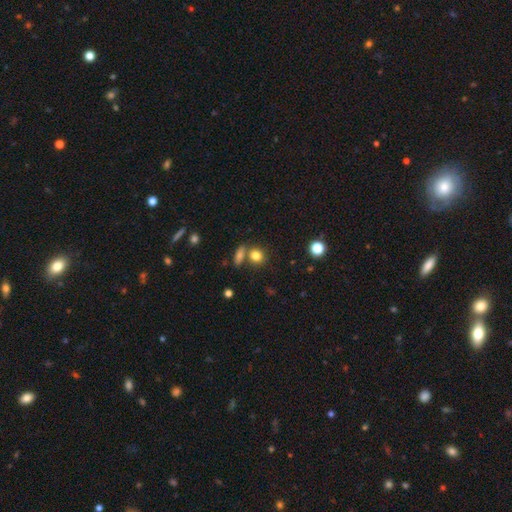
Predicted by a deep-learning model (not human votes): Overall: smooth (80%). How rounded: round (73%). Merging: none (64%).